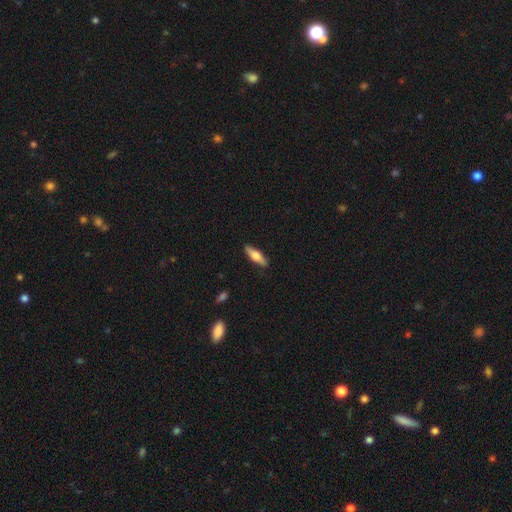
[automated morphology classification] smooth-or-featured: smooth: 58% | featured or disk: 36% | star or artifact: 6%
  how-rounded: cigar-shaped: 57% | in between: 41% | round: 2%
  merging: none: 87% | minor disturbance: 10% | major disturbance: 2% | merger: 1%